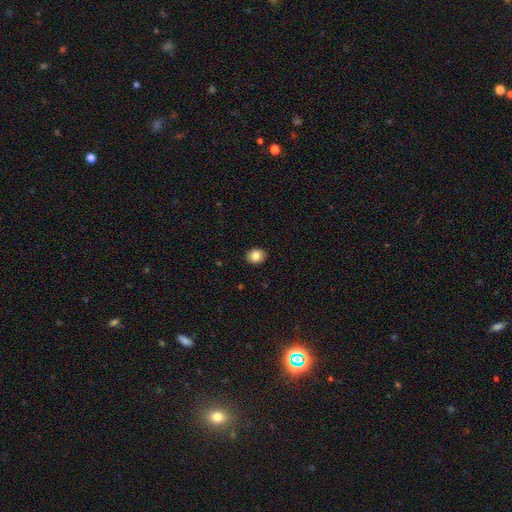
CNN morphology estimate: The model was most divided on "how rounded": round: 63%, in between: 36%, cigar-shaped: 1%. More confident: merging — none (90%); smooth or featured — smooth (84%).